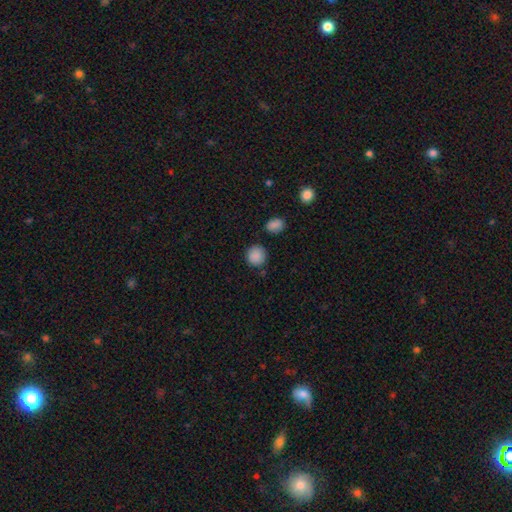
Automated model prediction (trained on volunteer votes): smooth 88%, star or artifact 9%, featured or disk 3%. Down the decision tree: how rounded — round (90%); merging — none (83%).